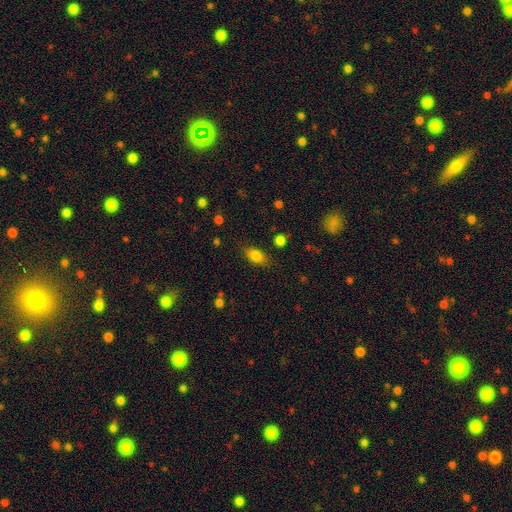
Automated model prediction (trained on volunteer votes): Overall: smooth (81%). How rounded: in between (83%). Merging: none (81%).